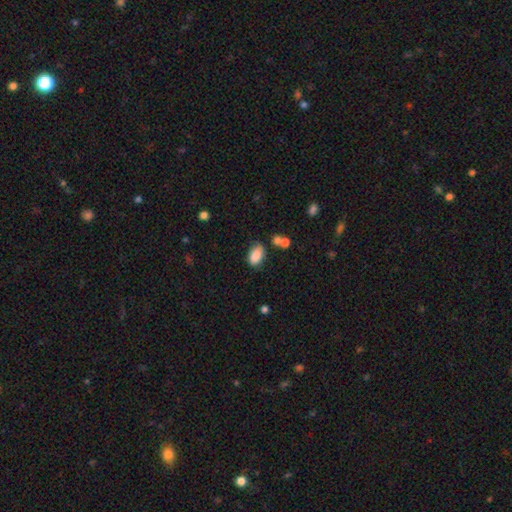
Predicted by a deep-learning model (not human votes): Morphology: type=smooth (86%); roundness=in between (90%); merging=none (62%).